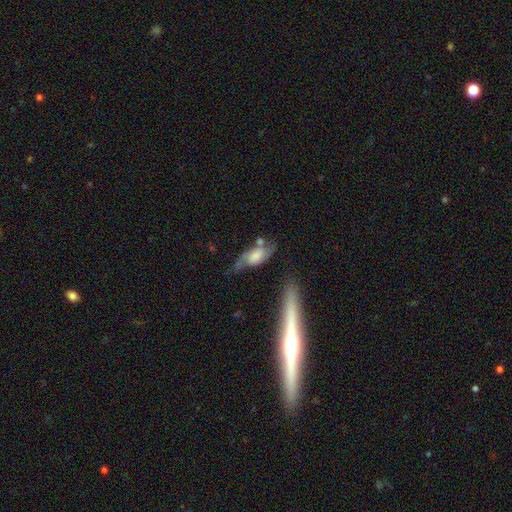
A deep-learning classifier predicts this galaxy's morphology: Smooth or featured? featured or disk (56%)
Edge-on disk? no (83%)
Merging? none (44%)